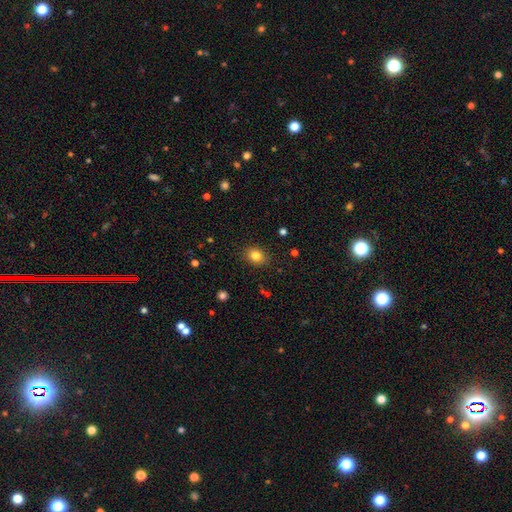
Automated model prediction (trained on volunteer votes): Smooth or featured? Predicted: smooth (p=0.83). How rounded? Predicted: round (p=0.51). Merging? Predicted: none (p=0.87).